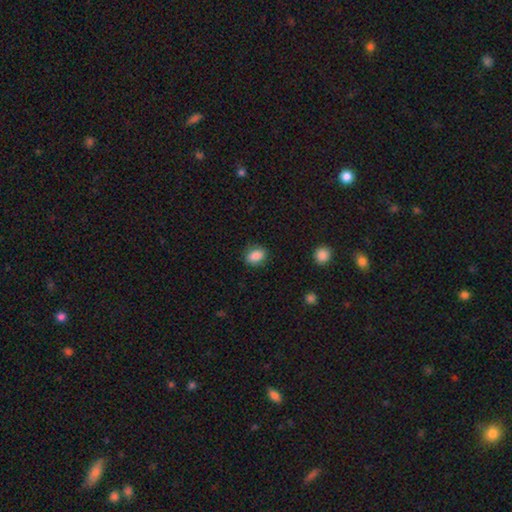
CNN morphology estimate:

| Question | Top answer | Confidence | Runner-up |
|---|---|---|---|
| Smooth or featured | smooth | 86% | star or artifact (9%) |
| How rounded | in between | 67% | round (31%) |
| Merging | none | 85% | minor disturbance (11%) |